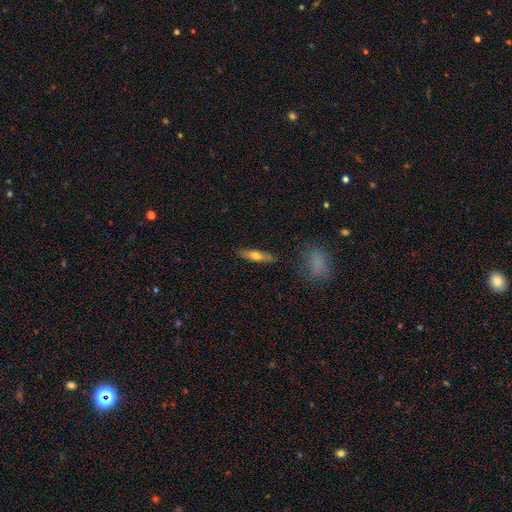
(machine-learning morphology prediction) This is possibly a smooth galaxy (57%). How rounded: likely cigar-shaped (68%). Merging: clearly none (86%).